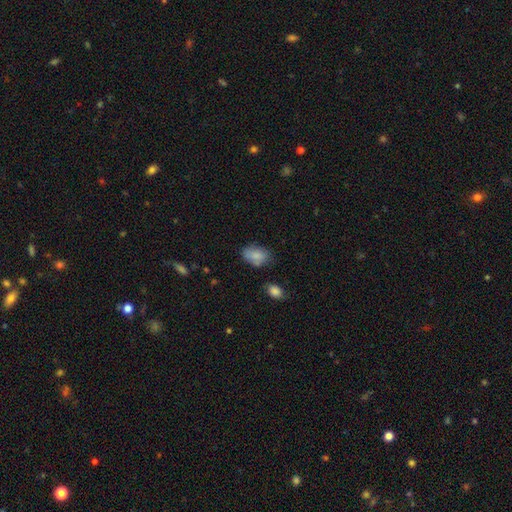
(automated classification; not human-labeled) The model was most divided on "merging": none: 62%, minor disturbance: 27%, major disturbance: 7%, merger: 5%. More confident: how rounded — in between (86%); smooth or featured — smooth (83%).